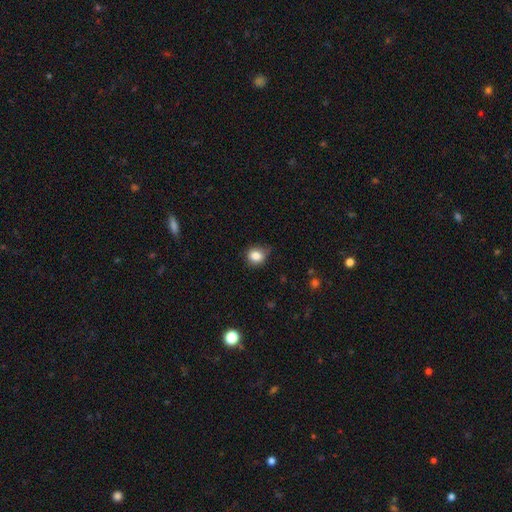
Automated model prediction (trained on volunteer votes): Overall: smooth (83%). How rounded: round (72%). Merging: none (65%; minor disturbance 28%).